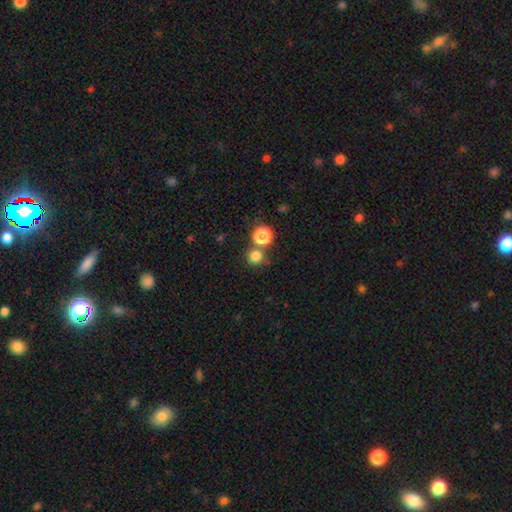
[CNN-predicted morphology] This is likely a smooth galaxy (80%). How rounded: clearly round (92%). Merging: likely none (69%).